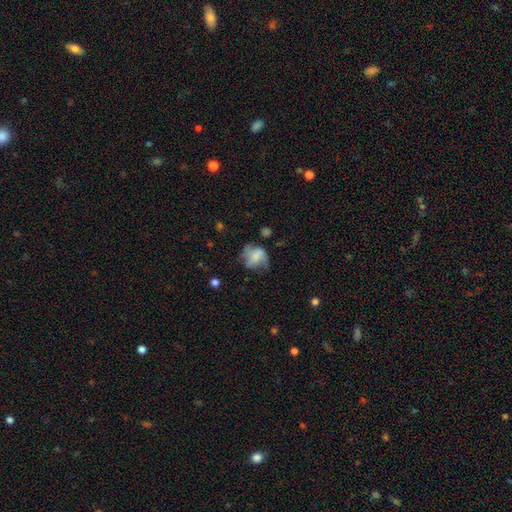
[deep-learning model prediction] This is possibly a featured or disk galaxy (49%). Merging: possibly none (46%).